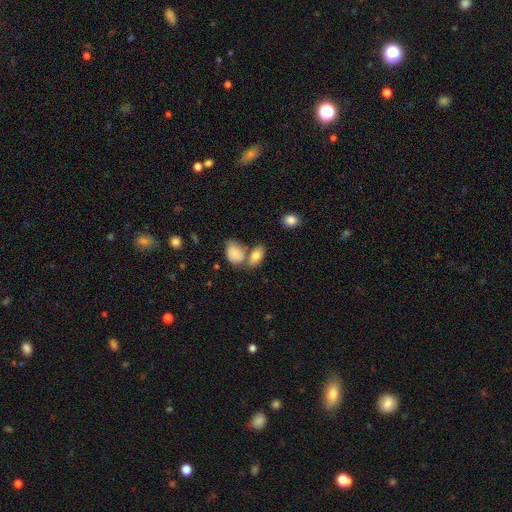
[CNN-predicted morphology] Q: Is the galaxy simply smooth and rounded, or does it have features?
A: smooth — 79%.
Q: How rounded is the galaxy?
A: in between — 87%.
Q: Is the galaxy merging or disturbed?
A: none — 50%.